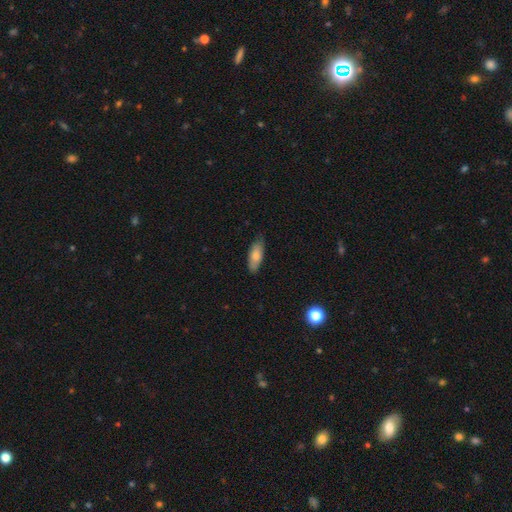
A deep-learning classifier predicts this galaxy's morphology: Smooth or featured: smooth — 78% (featured or disk — 16%)
How rounded: in between — 72% (cigar-shaped — 26%)
Merging: none — 78% (minor disturbance — 19%)